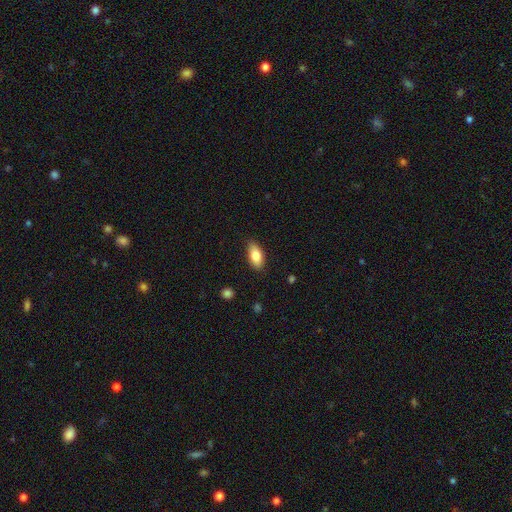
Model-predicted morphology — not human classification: smooth_or_featured: smooth (p=0.83) [alt: featured or disk p=0.10]
how_rounded: in between (p=0.89) [alt: cigar-shaped p=0.08]
merging: none (p=0.84) [alt: minor disturbance p=0.13]